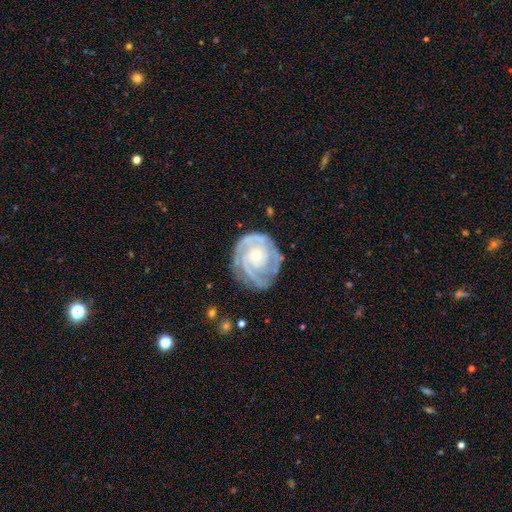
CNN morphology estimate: The model was most divided on "spiral arm count": 2: 28%, 3: 27%, can't tell: 26%, 4: 8%, 1: 7%, more than 4: 5%. More confident: edge-on disk — no (98%); spiral arms — yes (95%); smooth or featured — featured or disk (86%); bar — no (79%); spiral winding — tight (72%); bulge size — small (70%); merging — none (69%).